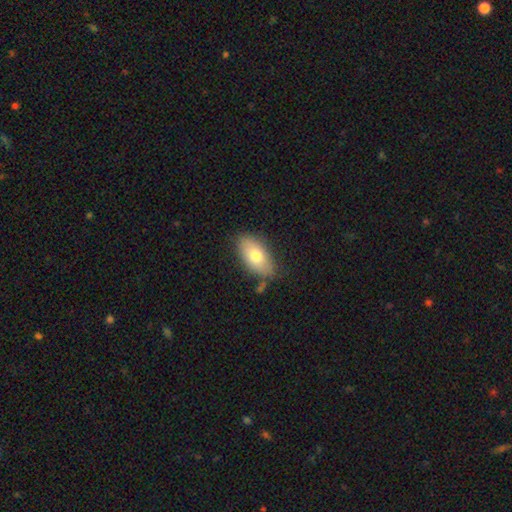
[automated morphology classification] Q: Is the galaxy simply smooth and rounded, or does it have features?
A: smooth — 74%.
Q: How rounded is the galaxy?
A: in between — 92%.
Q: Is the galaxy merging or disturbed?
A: none — 76%.